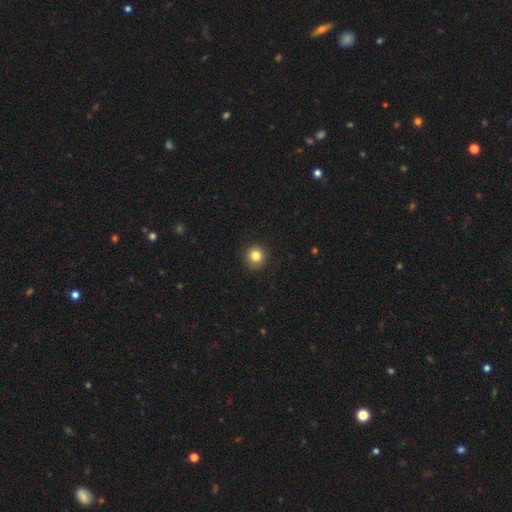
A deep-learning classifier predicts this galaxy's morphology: type=smooth (83%); roundness=round (92%); merging=none (91%).